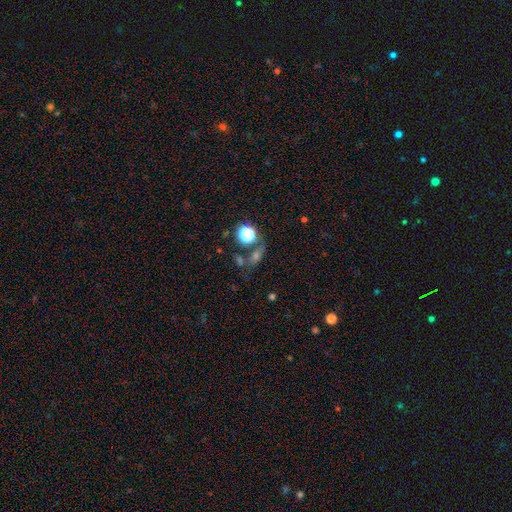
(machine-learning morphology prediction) The model was most divided on "smooth or featured": star or artifact: 43%, smooth: 39%, featured or disk: 18%.